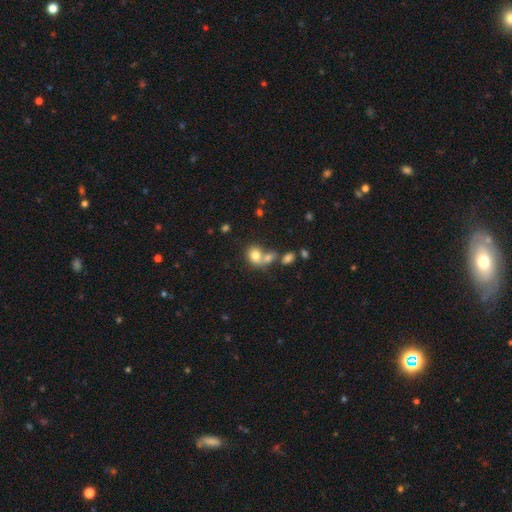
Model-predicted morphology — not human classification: The model was most divided on "how rounded": round: 60%, in between: 39%, cigar-shaped: 1%. More confident: smooth or featured — smooth (77%); merging — merger (54%).